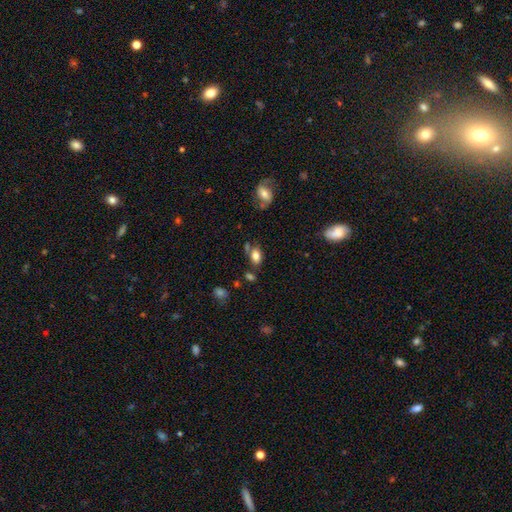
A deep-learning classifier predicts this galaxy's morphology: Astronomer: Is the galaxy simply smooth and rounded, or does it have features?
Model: smooth — 80%.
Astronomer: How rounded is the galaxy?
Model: in between — 86%.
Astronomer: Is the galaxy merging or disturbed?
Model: none — 64%.